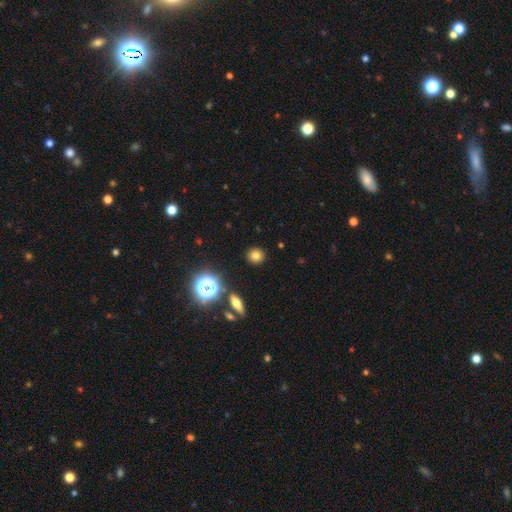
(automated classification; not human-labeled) This appears to be a smooth galaxy with no disk features (77%) that is round (89%). Merging: none (90%).